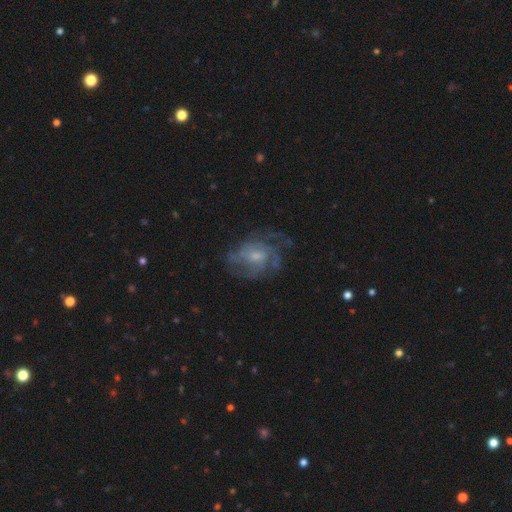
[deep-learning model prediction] Morphology: type=featured or disk (80%); edge-on=no (97%); bar=no (61%); spiral arms=yes (88%); winding=medium (43%); arm count=can't tell (36%); bulge=small (49%); merging=none (61%).